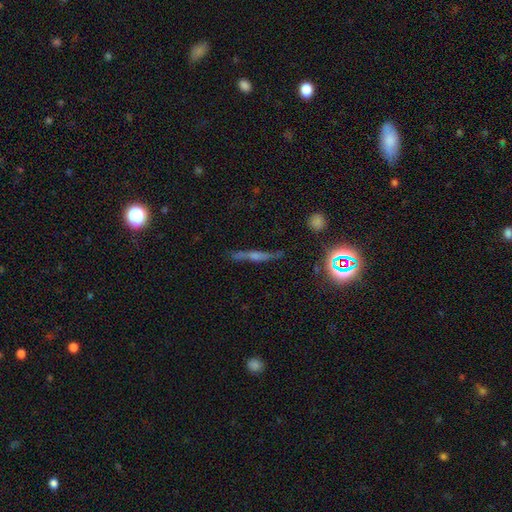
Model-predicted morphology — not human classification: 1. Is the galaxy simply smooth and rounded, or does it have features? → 50% featured or disk, 28% star or artifact, 22% smooth.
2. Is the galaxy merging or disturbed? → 83% none, 9% minor disturbance, 4% merger, 4% major disturbance.